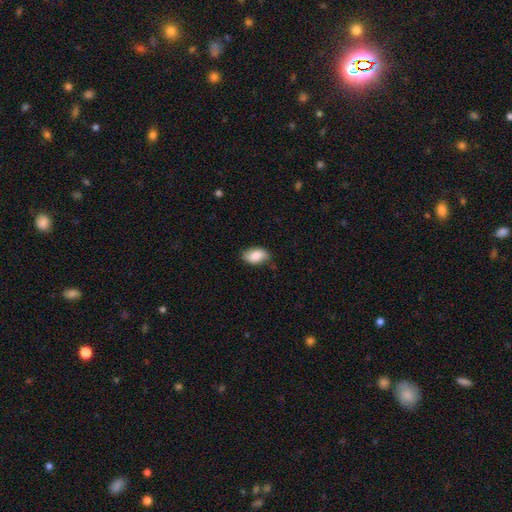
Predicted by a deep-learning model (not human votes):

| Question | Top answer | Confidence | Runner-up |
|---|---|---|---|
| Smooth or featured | smooth | 83% | featured or disk (10%) |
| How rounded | in between | 92% | round (7%) |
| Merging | none | 73% | minor disturbance (21%) |